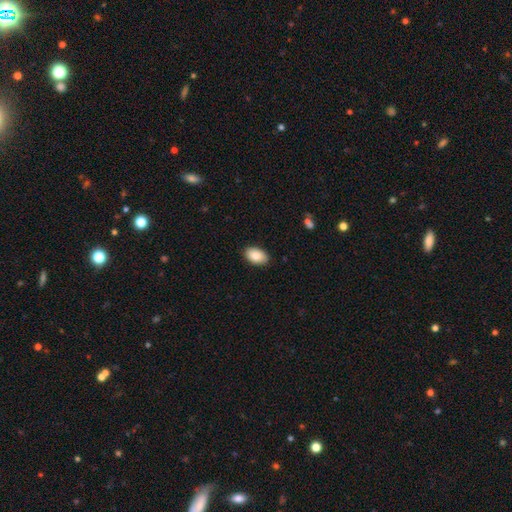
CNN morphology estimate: A smooth galaxy with no disk features (87%) that is in between round and cigar-shaped (92%). Merging: none (87%).